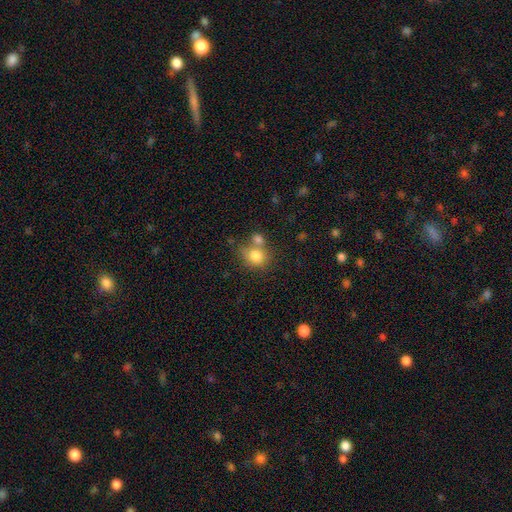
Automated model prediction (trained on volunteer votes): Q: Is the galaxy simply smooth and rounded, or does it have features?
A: smooth — 79%.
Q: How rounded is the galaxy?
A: round — 66%.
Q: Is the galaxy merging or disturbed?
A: none — 48%.